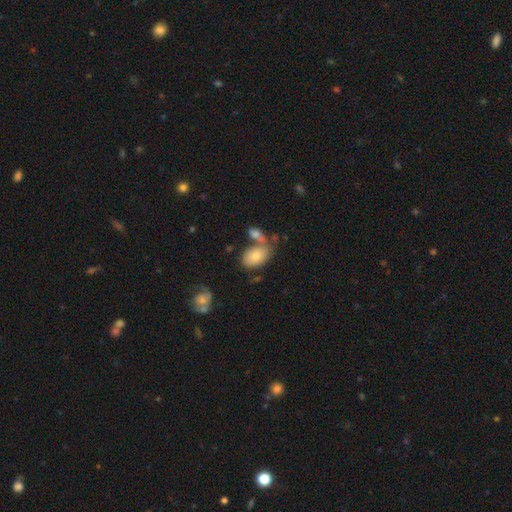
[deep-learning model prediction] Smooth or featured? smooth (76%)
How rounded? in between (92%)
Merging? none (41%)